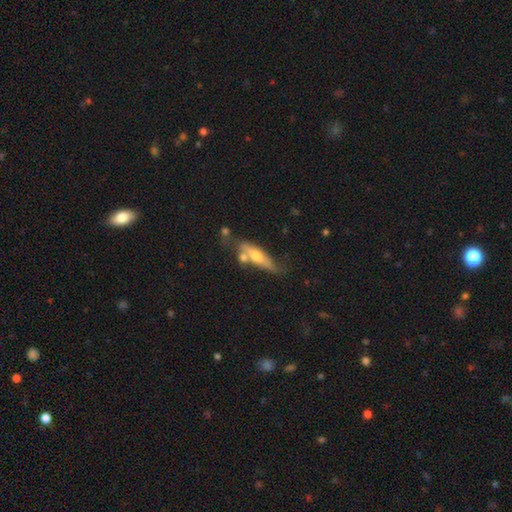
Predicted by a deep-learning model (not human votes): A featured or disk galaxy (51%) viewed edge-on (71%).

Vote fractions:
- Smooth or featured? featured or disk: 51% / smooth: 42% / star or artifact: 6%
- Edge-on disk? yes: 71% / no: 29%
- Merging? none: 48% / merger: 22% / minor disturbance: 22% / major disturbance: 8%